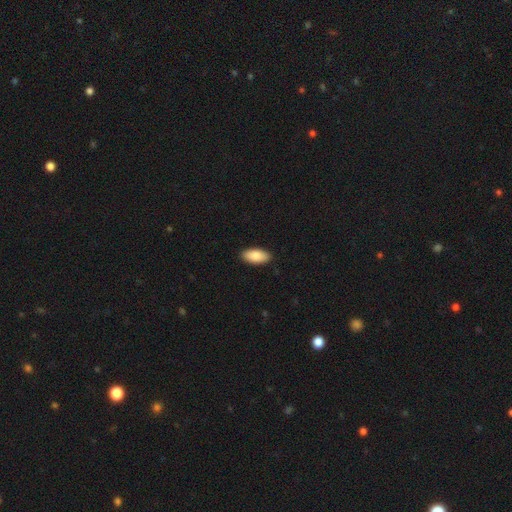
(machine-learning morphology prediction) Smooth or featured? Predicted: smooth (p=0.86). How rounded? Predicted: in between (p=0.92). Merging? Predicted: none (p=0.90).